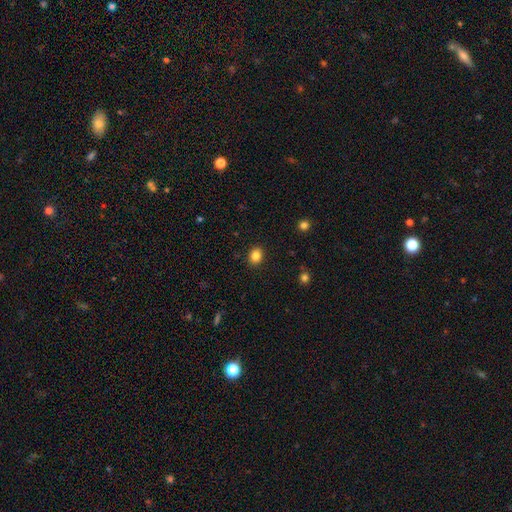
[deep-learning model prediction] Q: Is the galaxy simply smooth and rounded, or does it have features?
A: smooth — 85%.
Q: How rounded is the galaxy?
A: round — 53%.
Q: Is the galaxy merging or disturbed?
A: none — 90%.